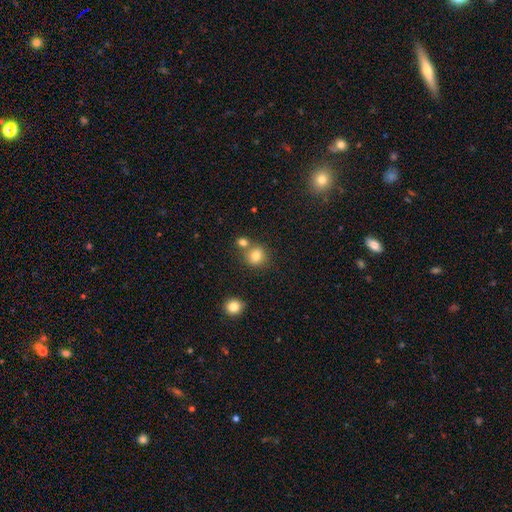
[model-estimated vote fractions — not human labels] smooth_or_featured: smooth (p=0.80) [alt: star or artifact p=0.12]
how_rounded: round (p=0.83) [alt: in between p=0.16]
merging: none (p=0.64) [alt: merger p=0.23]